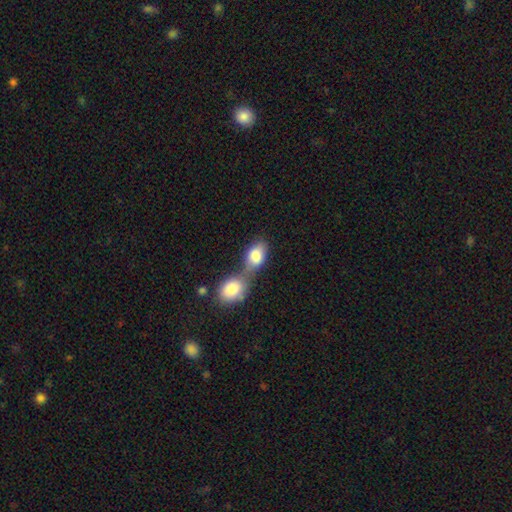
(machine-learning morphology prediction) Q: Smooth or featured?
A: smooth (83%); runner-up: featured or disk (10%)
Q: How rounded?
A: in between (84%); runner-up: round (13%)
Q: Merging?
A: merger (67%); runner-up: none (19%)